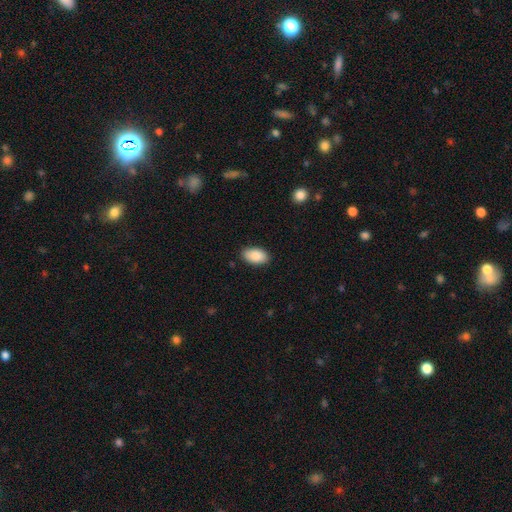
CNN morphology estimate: Smooth or featured? Predicted: smooth (p=0.89). How rounded? Predicted: in between (p=0.94). Merging? Predicted: none (p=0.87).